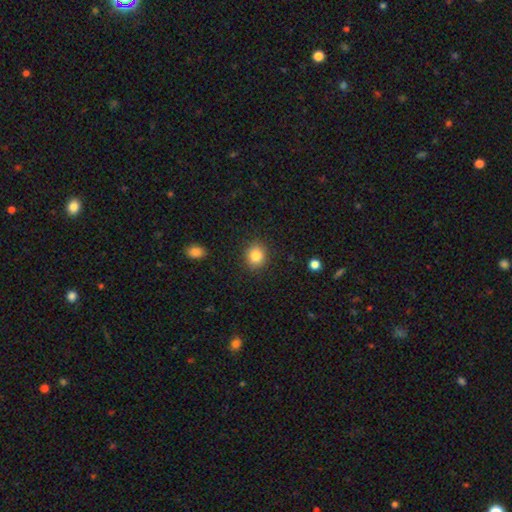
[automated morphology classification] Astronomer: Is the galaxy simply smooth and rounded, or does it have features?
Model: smooth — 83%.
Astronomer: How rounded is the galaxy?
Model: round — 75%.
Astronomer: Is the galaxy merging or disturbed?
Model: none — 89%.